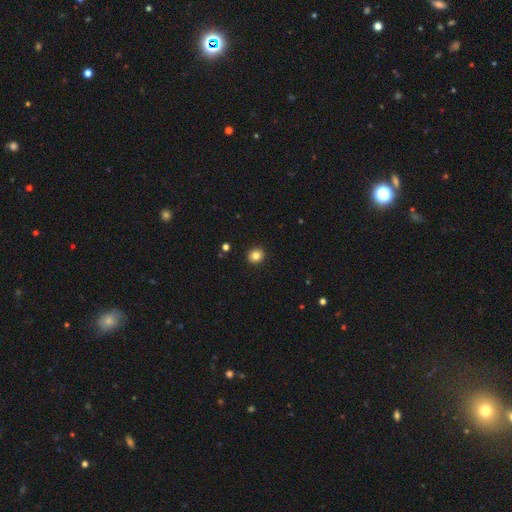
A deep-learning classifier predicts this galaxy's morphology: type=smooth (83%); roundness=round (88%); merging=none (93%).